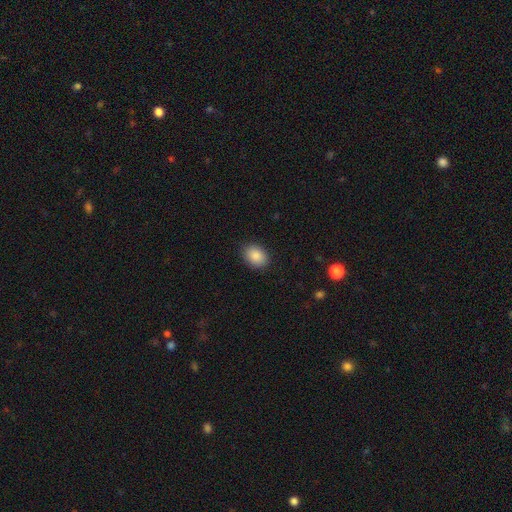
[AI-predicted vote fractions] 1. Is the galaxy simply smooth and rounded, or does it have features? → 88% smooth, 8% star or artifact, 4% featured or disk.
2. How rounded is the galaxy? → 69% in between, 30% round, 1% cigar-shaped.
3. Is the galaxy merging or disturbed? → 89% none, 8% minor disturbance, 2% major disturbance, 1% merger.